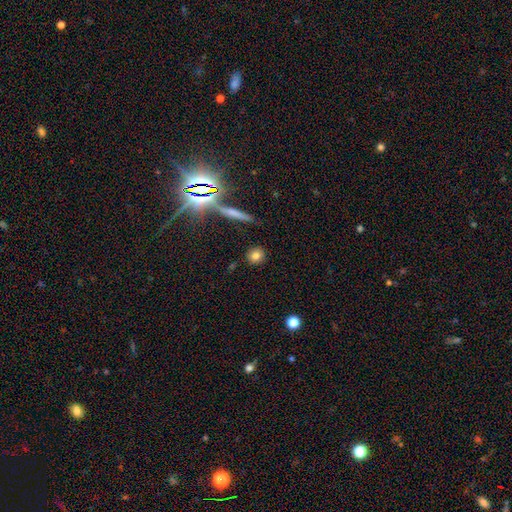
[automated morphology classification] Smooth or featured? smooth (77%)
How rounded? round (84%)
Merging? none (88%)